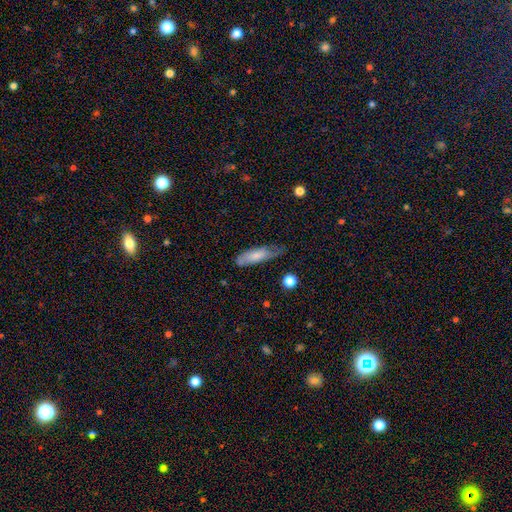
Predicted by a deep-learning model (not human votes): Smooth or featured? smooth (70%)
How rounded? cigar-shaped (52%)
Merging? none (51%)